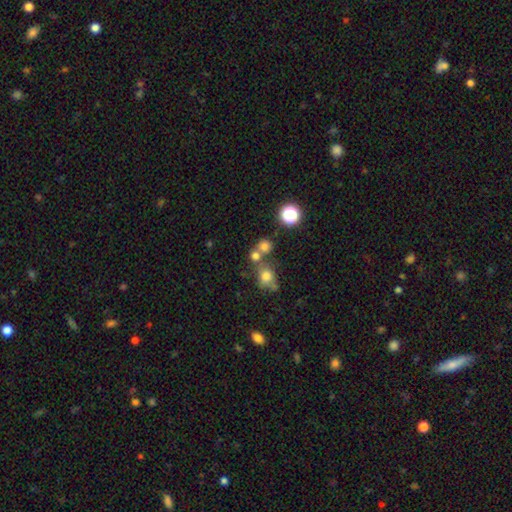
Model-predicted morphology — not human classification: The model was most divided on "merging": none: 51%, merger: 37%, minor disturbance: 8%, major disturbance: 4%. More confident: how rounded — round (81%); smooth or featured — smooth (71%).